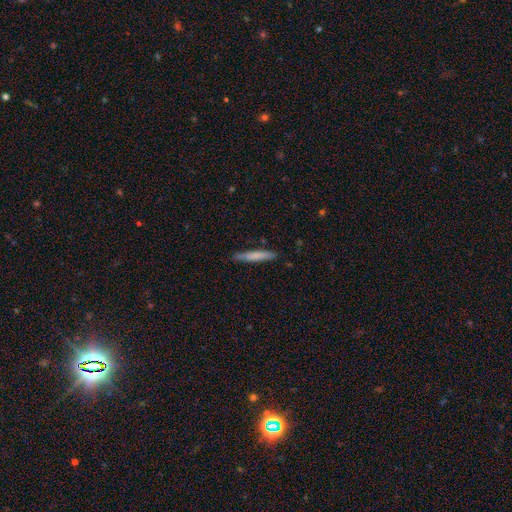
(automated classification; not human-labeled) smooth 72%, featured or disk 23%, star or artifact 6%. Down the decision tree: how rounded — cigar-shaped (94%); merging — none (85%).